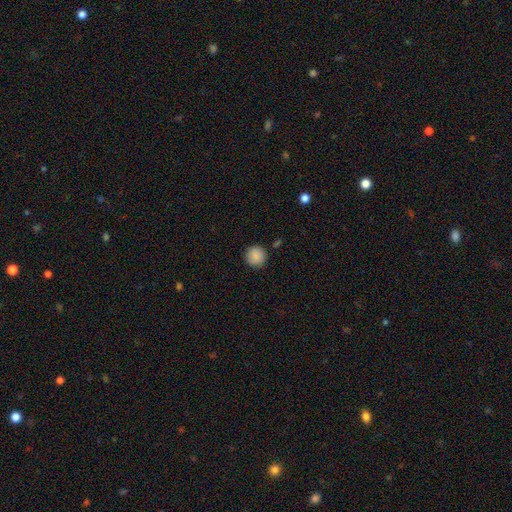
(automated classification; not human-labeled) Overall: smooth (88%). How rounded: round (95%). Merging: none (90%).